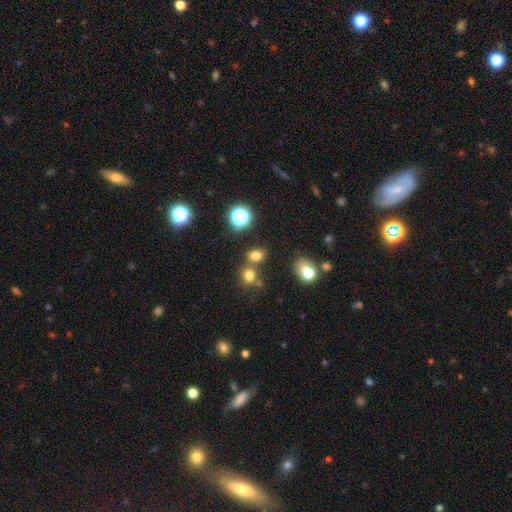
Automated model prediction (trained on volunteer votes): smooth-or-featured: smooth: 74% | star or artifact: 19% | featured or disk: 7%
  how-rounded: in between: 54% | round: 44% | cigar-shaped: 2%
  merging: none: 64% | merger: 22% | minor disturbance: 10% | major disturbance: 4%